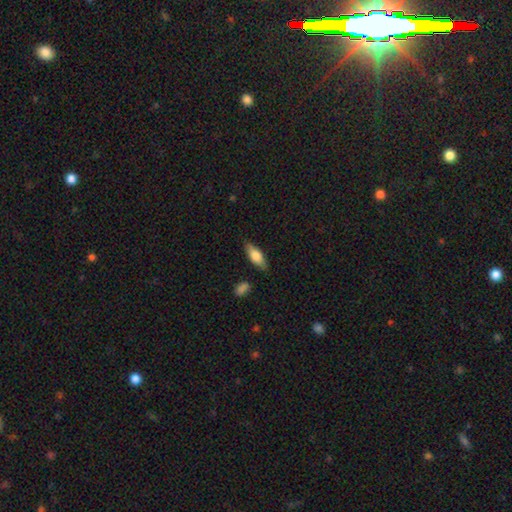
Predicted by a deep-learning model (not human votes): smooth 71%, featured or disk 23%, star or artifact 6%. Down the decision tree: how rounded — in between (67%); merging — none (83%).